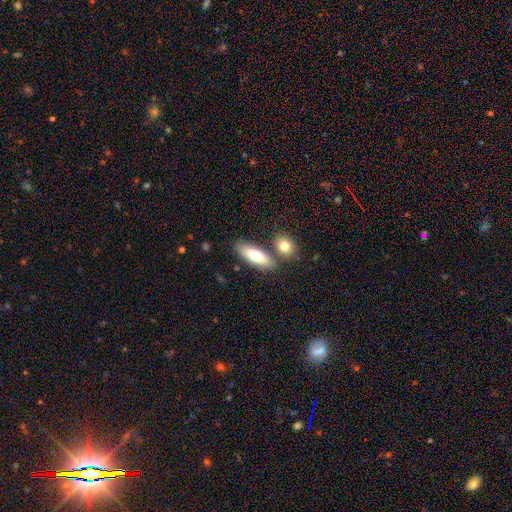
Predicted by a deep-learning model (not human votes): This appears to be a smooth galaxy with no disk features (72%) that is in between round and cigar-shaped (60%). Merging: none (72%).